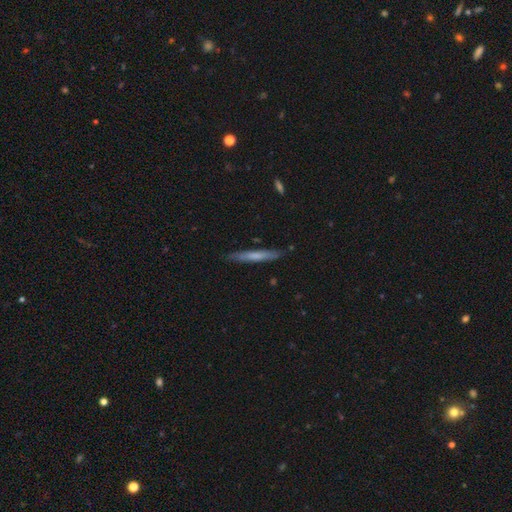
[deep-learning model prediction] Smooth or featured: smooth — 59% (featured or disk — 35%)
How rounded: cigar-shaped — 95% (in between — 4%)
Merging: none — 87% (minor disturbance — 10%)